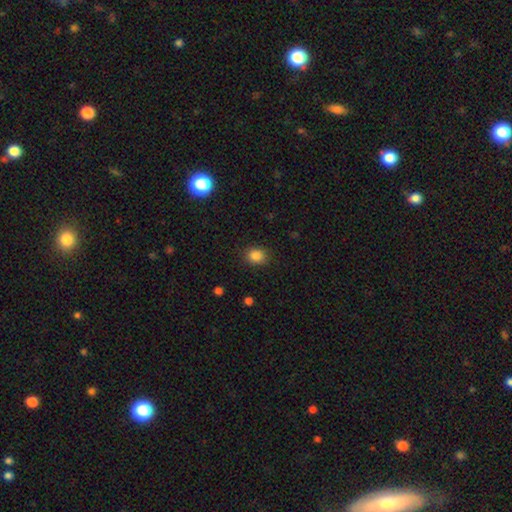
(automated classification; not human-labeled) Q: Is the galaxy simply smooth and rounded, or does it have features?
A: smooth — 85%.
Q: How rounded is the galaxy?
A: round — 62%.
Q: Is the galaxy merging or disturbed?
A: none — 87%.